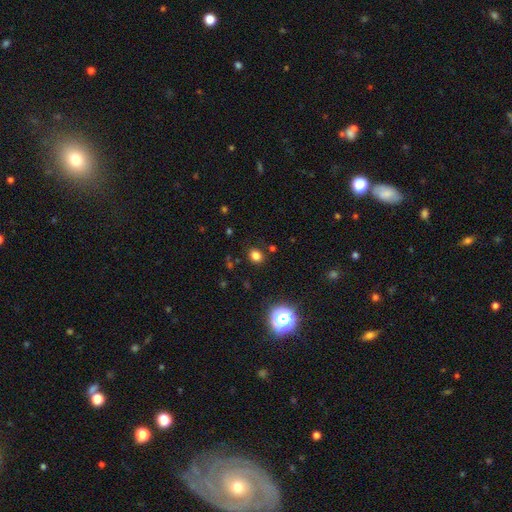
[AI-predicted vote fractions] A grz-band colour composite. It shows a smooth galaxy with no disk features (78%) that is round (61%). Merging: none (87%).